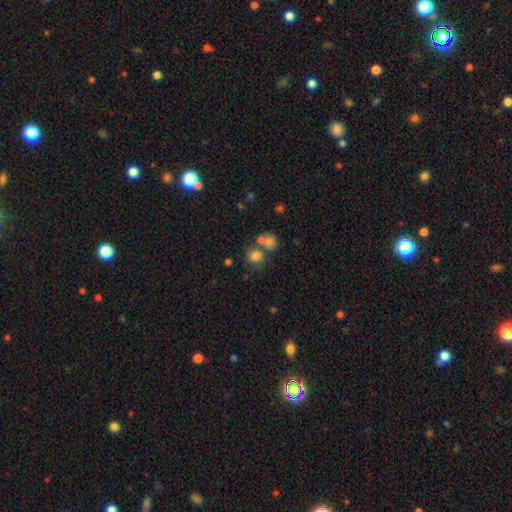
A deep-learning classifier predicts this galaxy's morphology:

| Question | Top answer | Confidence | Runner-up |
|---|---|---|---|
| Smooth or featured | smooth | 76% | star or artifact (14%) |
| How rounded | round | 76% | in between (23%) |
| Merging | none | 51% | merger (34%) |